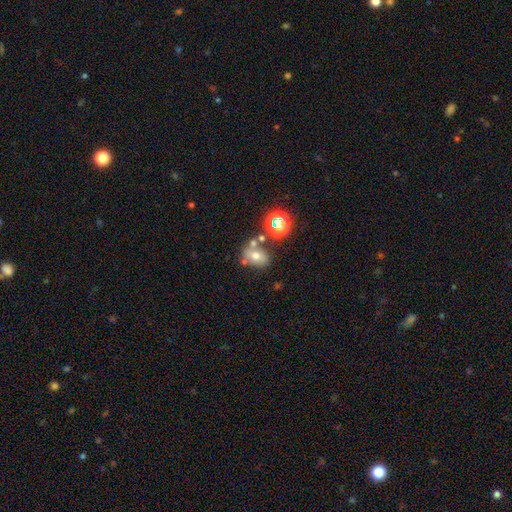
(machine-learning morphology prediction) smooth-or-featured: smooth: 58% | featured or disk: 22% | star or artifact: 20%
  how-rounded: in between: 59% | round: 40% | cigar-shaped: 1%
  merging: none: 55% | merger: 24% | minor disturbance: 15% | major disturbance: 6%